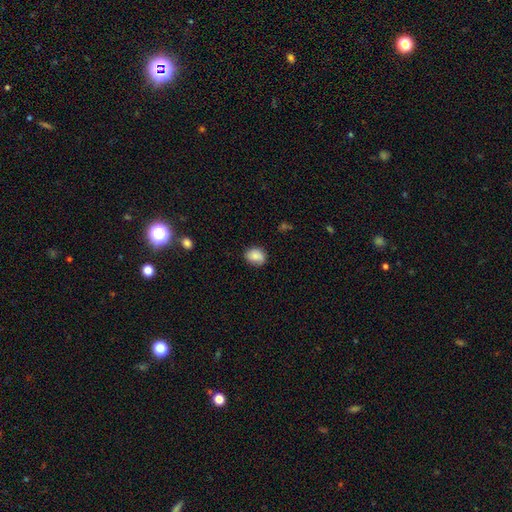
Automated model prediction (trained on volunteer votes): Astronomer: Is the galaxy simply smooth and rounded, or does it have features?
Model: smooth — 84%.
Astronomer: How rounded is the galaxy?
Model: in between — 52% (runner-up: round, 47%).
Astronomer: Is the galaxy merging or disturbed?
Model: none — 76%.